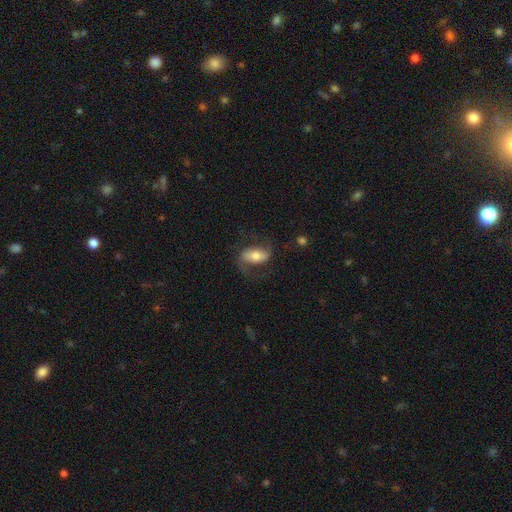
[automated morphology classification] Smooth or featured: featured or disk — 62% (smooth — 31%)
Edge-on disk: no — 93% (yes — 7%)
Bar: strong — 46% (weak — 30%)
Spiral arms: yes — 87% (no — 13%)
Bulge size: moderate — 59% (small — 22%)
Merging: none — 64% (major disturbance — 18%)